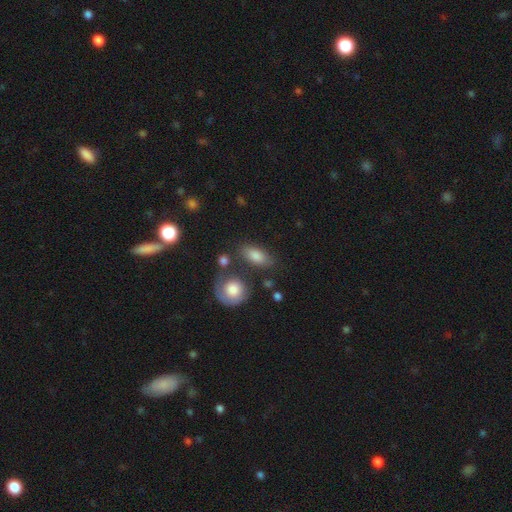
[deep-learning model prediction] Overall: smooth (78%). How rounded: in between (81%). Merging: none (68%).